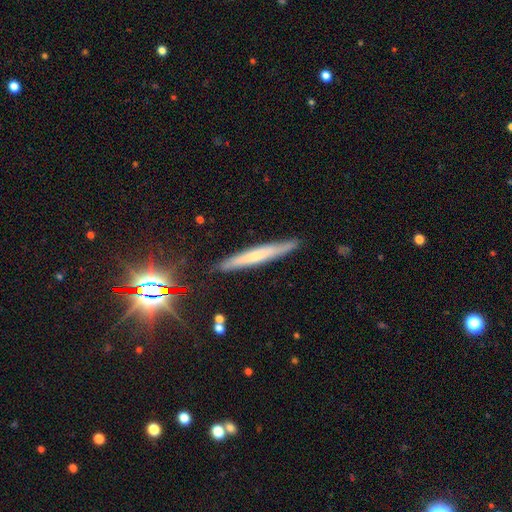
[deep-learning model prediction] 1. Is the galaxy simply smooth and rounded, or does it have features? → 48% smooth, 42% featured or disk, 10% star or artifact.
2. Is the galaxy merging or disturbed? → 88% none, 9% minor disturbance, 2% major disturbance, 1% merger.